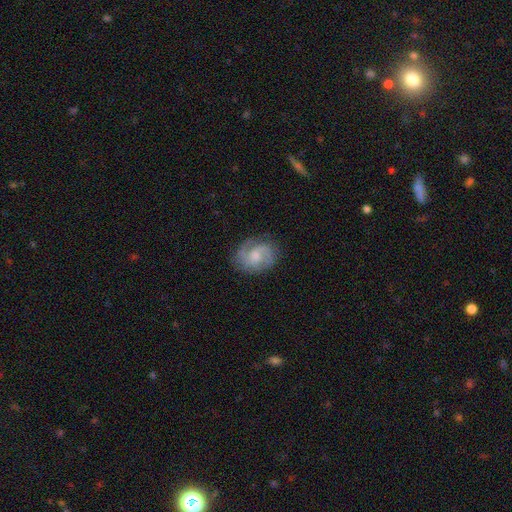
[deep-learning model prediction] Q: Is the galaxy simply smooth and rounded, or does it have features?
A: featured or disk — 75%.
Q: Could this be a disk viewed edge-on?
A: no — 98%.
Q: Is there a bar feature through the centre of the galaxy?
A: no — 54%.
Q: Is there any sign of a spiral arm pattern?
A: yes — 94%.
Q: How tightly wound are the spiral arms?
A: medium — 49%.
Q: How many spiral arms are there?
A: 2 — 71%.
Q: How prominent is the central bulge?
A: moderate — 44%.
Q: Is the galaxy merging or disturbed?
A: none — 76%.